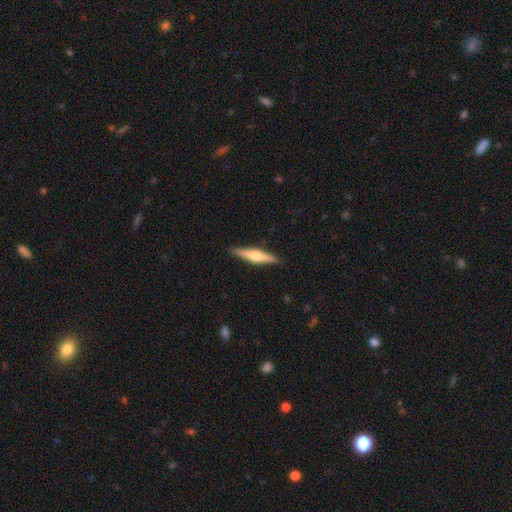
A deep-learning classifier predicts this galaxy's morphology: smooth_or_featured: featured or disk (p=0.52) [alt: smooth p=0.42]
disk_edge_on: yes (p=0.97) [alt: no p=0.03]
edge_on_bulge: rounded (p=0.82) [alt: boxy p=0.10]
merging: none (p=0.90) [alt: minor disturbance p=0.07]